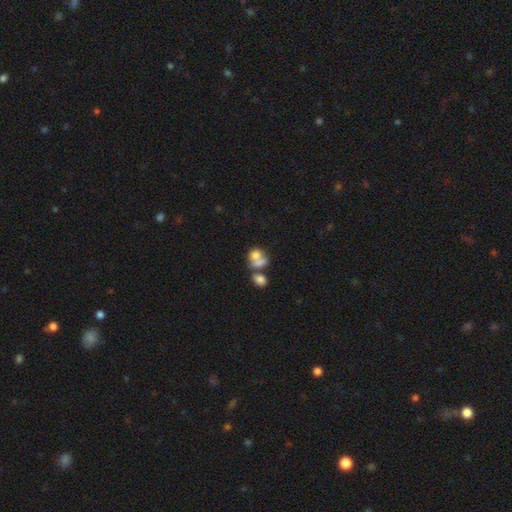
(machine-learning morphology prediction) The model was most divided on "how rounded": in between: 54%, round: 45%, cigar-shaped: 1%. More confident: smooth or featured — smooth (72%); merging — merger (63%).